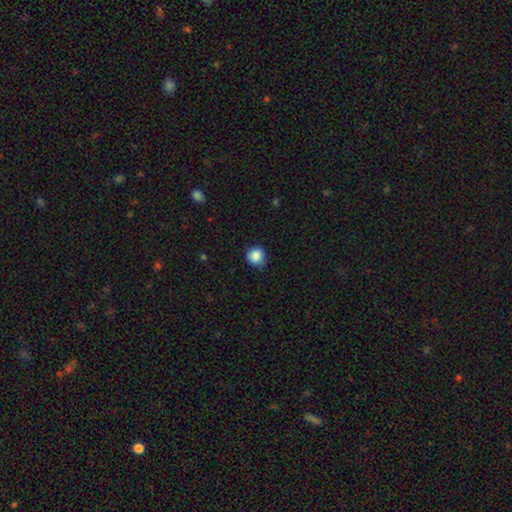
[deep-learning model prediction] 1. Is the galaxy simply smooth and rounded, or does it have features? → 87% smooth, 9% star or artifact, 3% featured or disk.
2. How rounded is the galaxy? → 90% round, 9% in between, 1% cigar-shaped.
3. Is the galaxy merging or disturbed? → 77% none, 19% minor disturbance, 3% major disturbance, 1% merger.